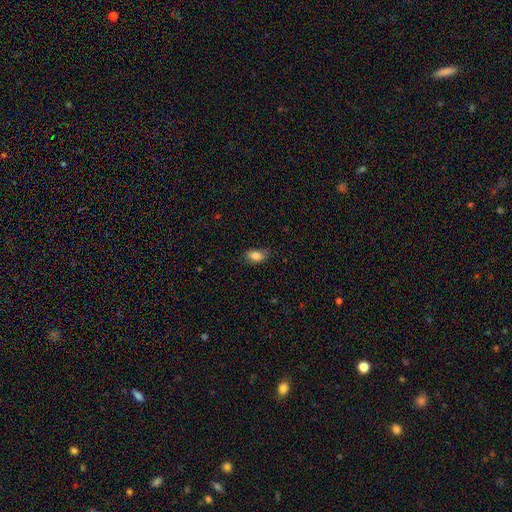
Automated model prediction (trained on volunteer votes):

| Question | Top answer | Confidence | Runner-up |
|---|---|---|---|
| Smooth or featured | smooth | 84% | star or artifact (8%) |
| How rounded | in between | 84% | round (13%) |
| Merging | none | 70% | minor disturbance (24%) |